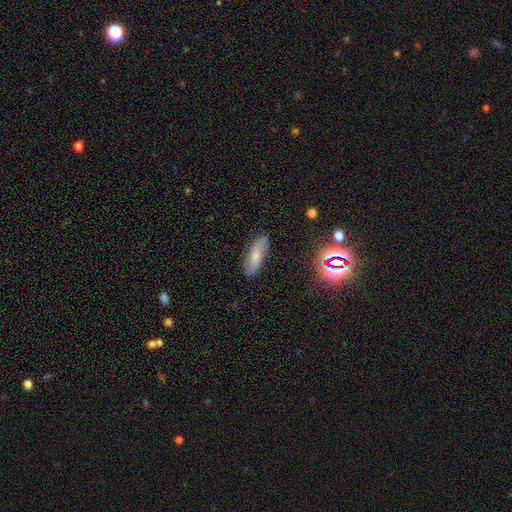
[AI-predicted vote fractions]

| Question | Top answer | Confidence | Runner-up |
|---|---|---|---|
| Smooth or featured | smooth | 48% | featured or disk (40%) |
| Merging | none | 81% | minor disturbance (14%) |